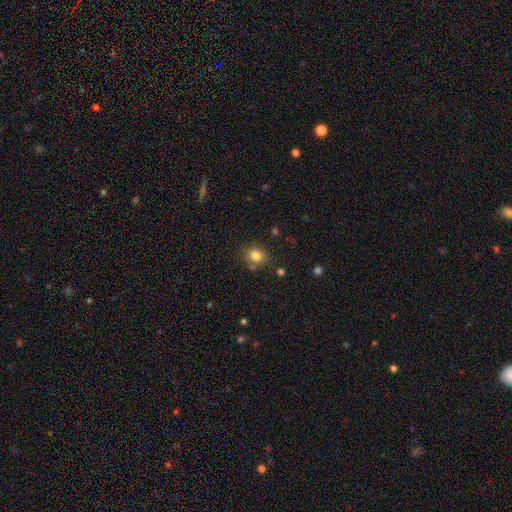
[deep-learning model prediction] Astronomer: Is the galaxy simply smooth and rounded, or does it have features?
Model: smooth — 81%.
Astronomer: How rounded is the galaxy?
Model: round — 77%.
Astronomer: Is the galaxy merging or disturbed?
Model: none — 77%.